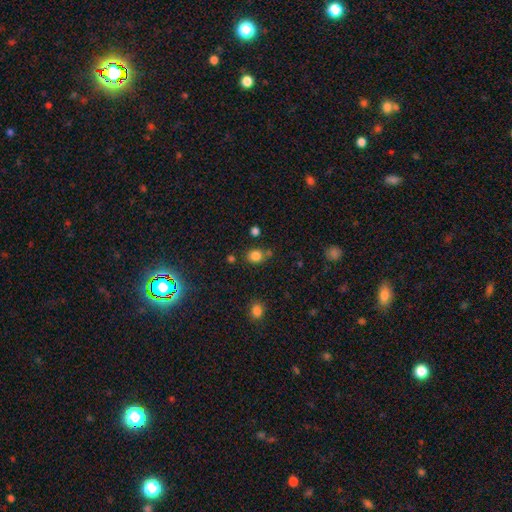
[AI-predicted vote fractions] Smooth or featured? smooth (82%)
How rounded? round (64%)
Merging? none (73%)